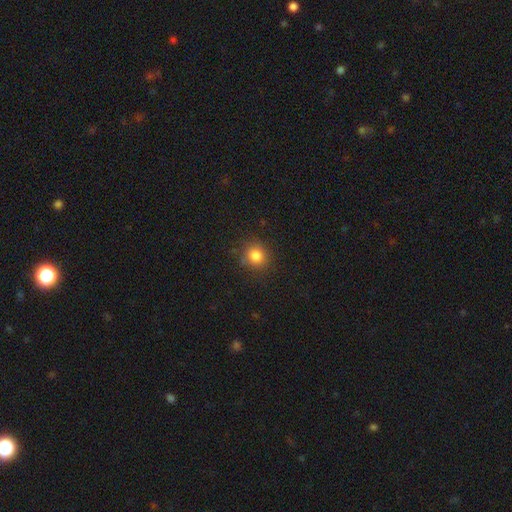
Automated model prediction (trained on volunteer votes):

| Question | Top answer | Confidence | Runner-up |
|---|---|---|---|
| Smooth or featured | smooth | 82% | star or artifact (12%) |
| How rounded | round | 86% | in between (13%) |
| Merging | none | 83% | minor disturbance (12%) |